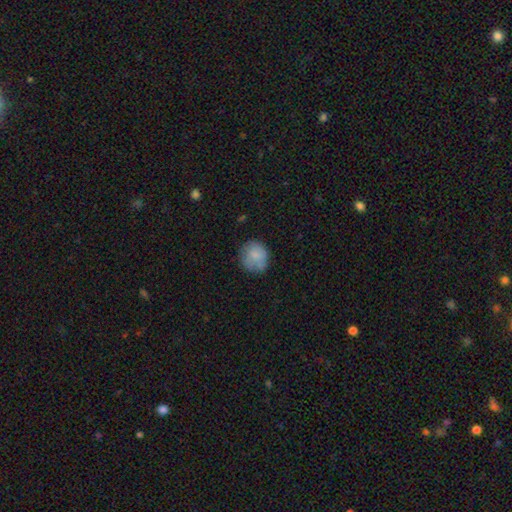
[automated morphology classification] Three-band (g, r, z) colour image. It shows a smooth galaxy with no disk features (79%) that is round (85%). Merging: none (72%).